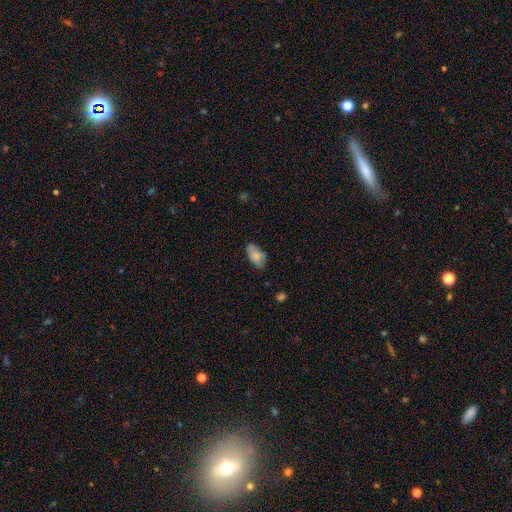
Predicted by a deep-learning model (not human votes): Overall: smooth (77%). How rounded: in between (93%). Merging: none (63%; minor disturbance 27%).